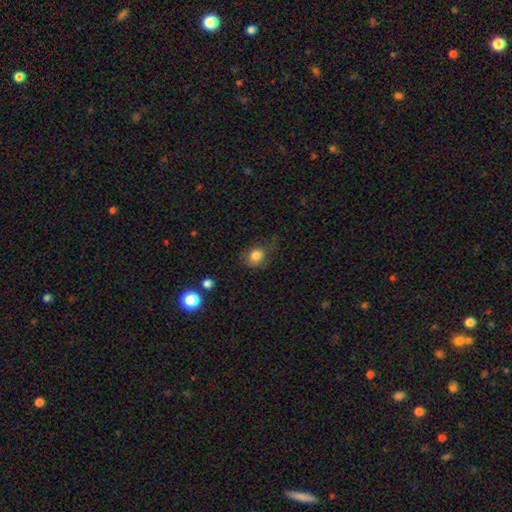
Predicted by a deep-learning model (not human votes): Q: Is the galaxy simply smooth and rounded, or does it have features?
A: smooth — 83%.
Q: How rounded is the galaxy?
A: round — 67%.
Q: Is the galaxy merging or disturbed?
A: none — 61%.